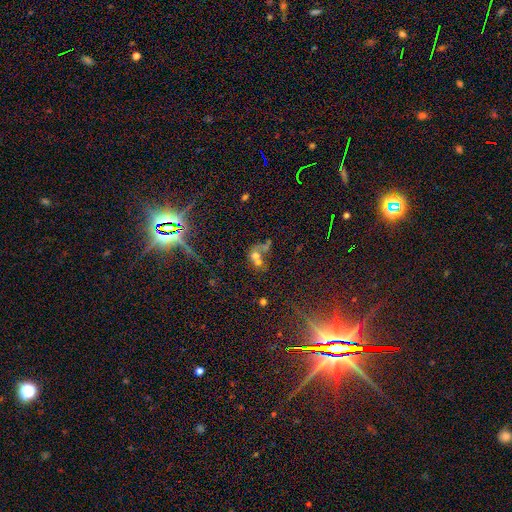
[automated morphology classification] This is possibly a smooth galaxy (51%). How rounded: possibly round (59%). Merging: likely merger (60%).